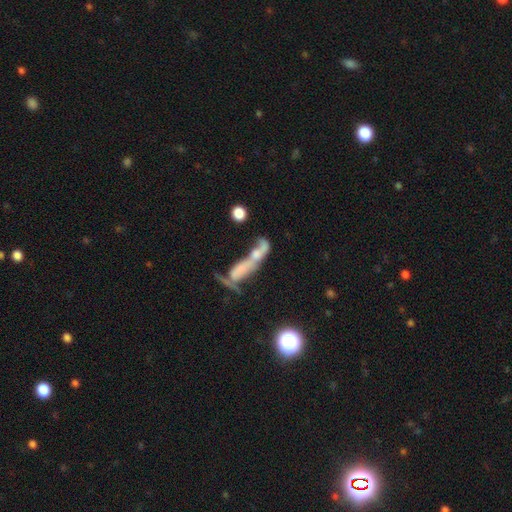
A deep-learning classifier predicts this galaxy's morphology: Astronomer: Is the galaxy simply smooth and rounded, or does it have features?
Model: featured or disk — 46% (runner-up: smooth, 39%).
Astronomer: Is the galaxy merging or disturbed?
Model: merger — 57%.